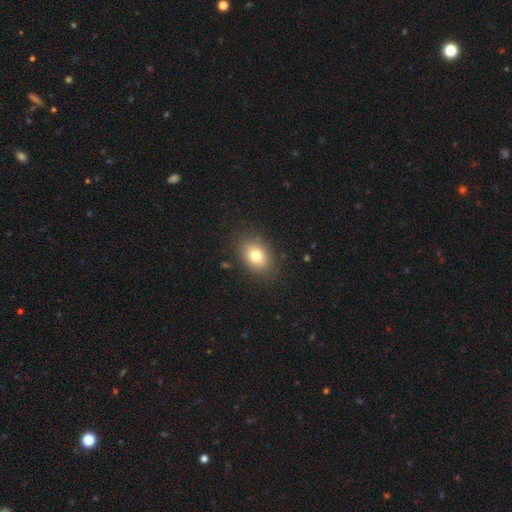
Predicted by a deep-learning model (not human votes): Smooth or featured: smooth — 79% (featured or disk — 12%)
How rounded: in between — 77% (round — 21%)
Merging: none — 85% (minor disturbance — 10%)